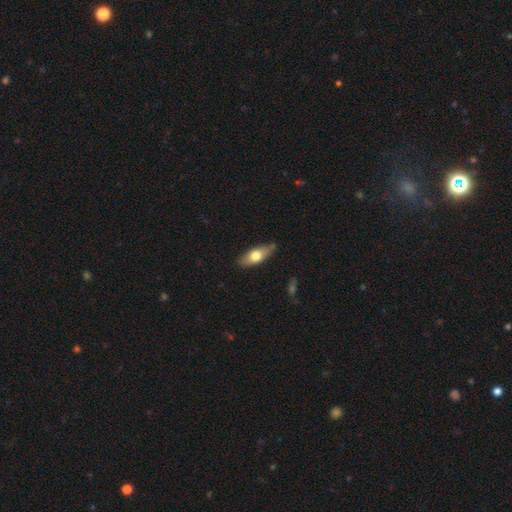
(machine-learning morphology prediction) Smooth or featured: smooth — 62% (featured or disk — 33%)
How rounded: in between — 70% (cigar-shaped — 26%)
Merging: none — 79% (minor disturbance — 16%)